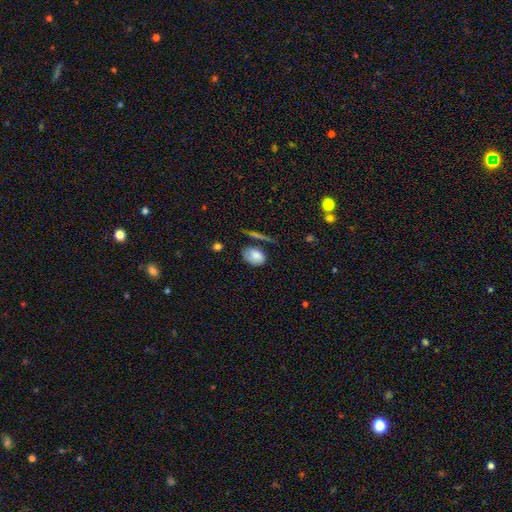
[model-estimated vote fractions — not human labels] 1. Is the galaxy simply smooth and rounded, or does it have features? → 77% smooth, 14% featured or disk, 9% star or artifact.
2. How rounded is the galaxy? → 82% in between, 16% round, 2% cigar-shaped.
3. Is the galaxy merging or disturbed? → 53% none, 27% minor disturbance, 13% major disturbance, 7% merger.